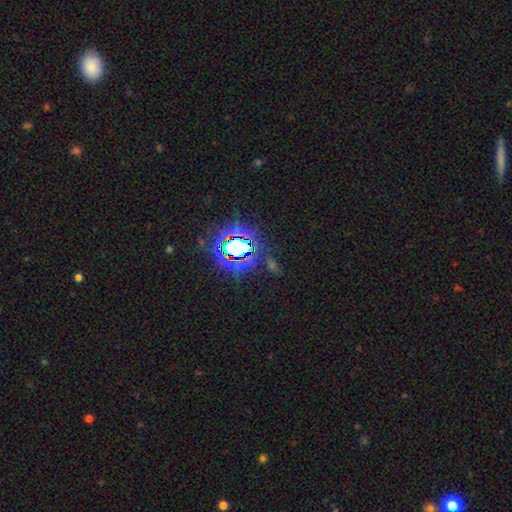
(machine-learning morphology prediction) smooth-or-featured: star or artifact: 83% | smooth: 10% | featured or disk: 7%